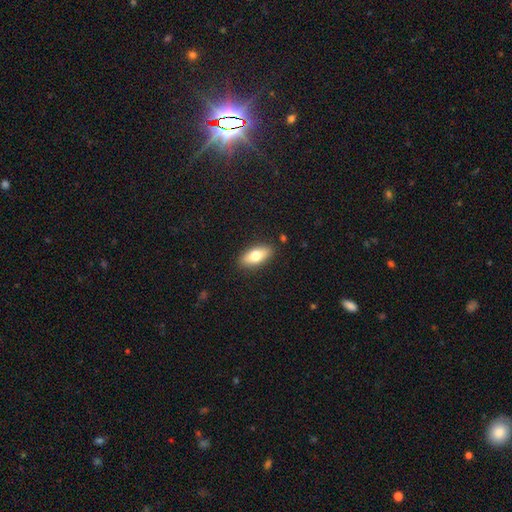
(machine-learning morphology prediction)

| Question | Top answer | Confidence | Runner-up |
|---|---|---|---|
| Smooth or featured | smooth | 72% | featured or disk (21%) |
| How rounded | in between | 82% | cigar-shaped (14%) |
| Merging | none | 88% | minor disturbance (9%) |